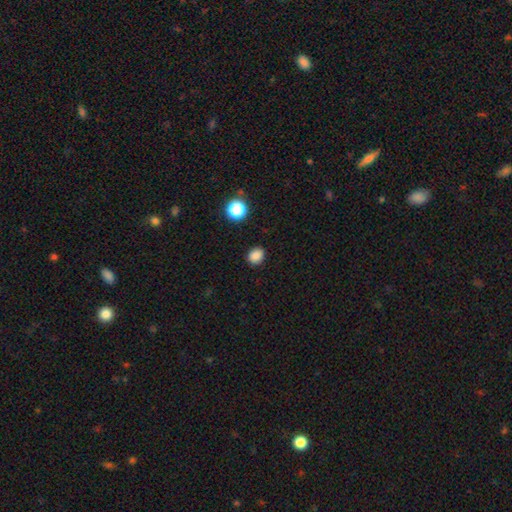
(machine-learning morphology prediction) The model was most divided on "how rounded": round: 65%, in between: 34%, cigar-shaped: 1%. More confident: merging — none (89%); smooth or featured — smooth (85%).